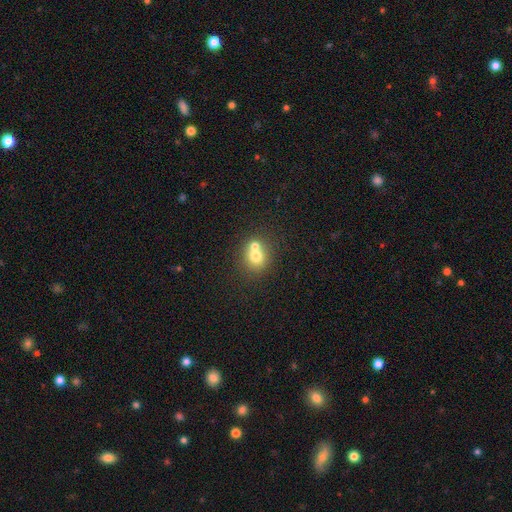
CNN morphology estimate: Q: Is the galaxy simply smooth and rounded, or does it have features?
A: smooth — 70%.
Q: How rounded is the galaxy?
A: round — 81%.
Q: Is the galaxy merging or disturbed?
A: merger — 49%.